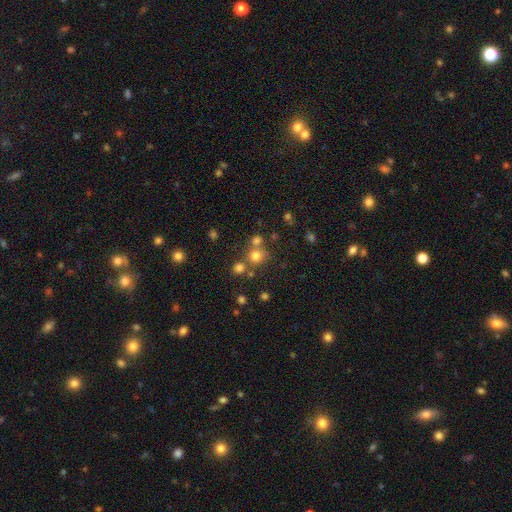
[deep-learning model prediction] A smooth galaxy with no disk features (73%) that is round (89%). Merging: none (62%).